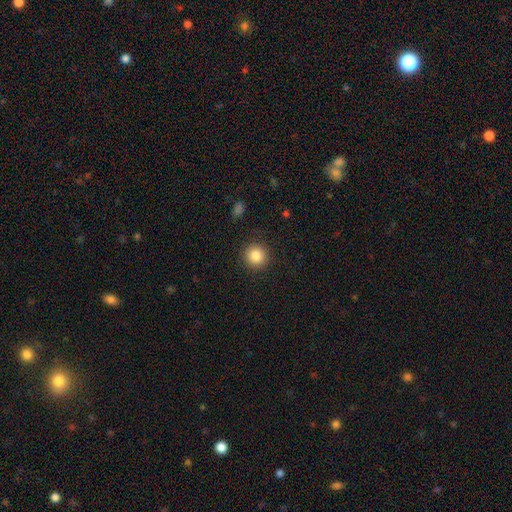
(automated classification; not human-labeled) Smooth or featured: smooth — 85% (star or artifact — 10%)
How rounded: round — 94% (in between — 5%)
Merging: none — 91% (minor disturbance — 6%)